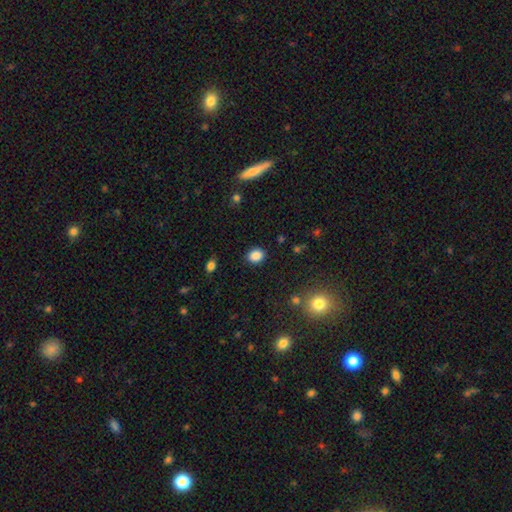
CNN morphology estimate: A smooth galaxy with no disk features (86%) that is round (54%). Merging: none (88%).